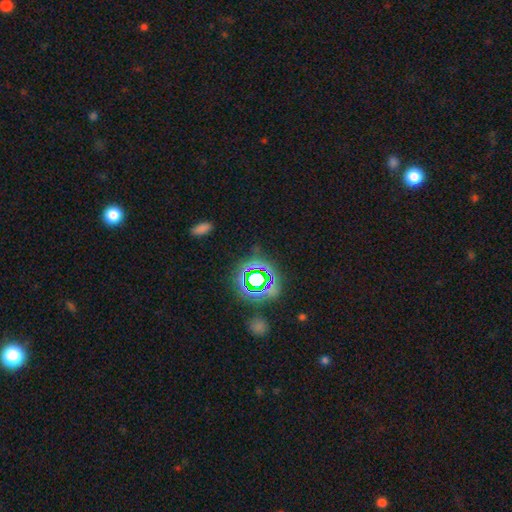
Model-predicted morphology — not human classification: type=star or artifact (67%).